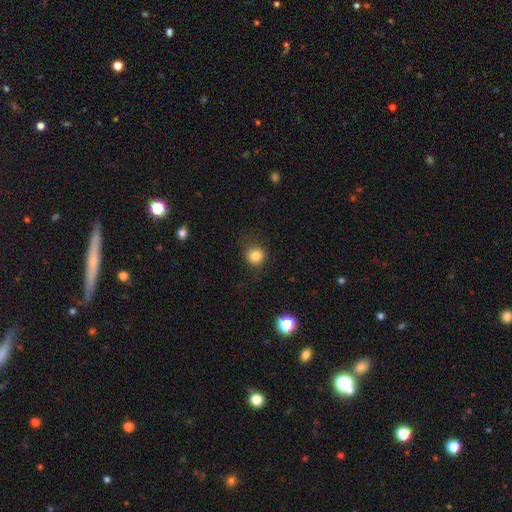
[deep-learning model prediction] Q: Smooth or featured?
A: smooth (83%); runner-up: star or artifact (12%)
Q: How rounded?
A: round (87%); runner-up: in between (12%)
Q: Merging?
A: none (79%); runner-up: minor disturbance (14%)